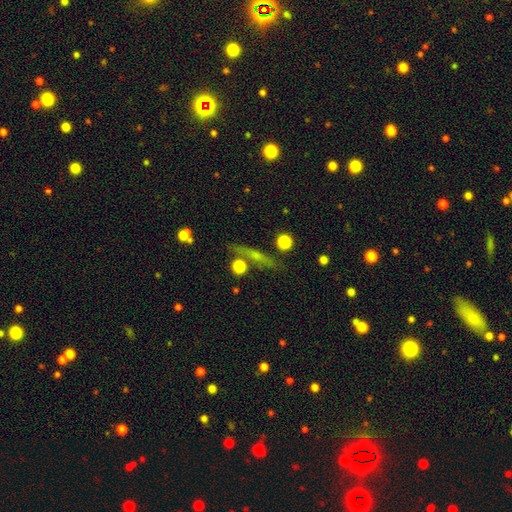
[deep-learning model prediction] A featured or disk galaxy (48%).

Vote fractions:
- Smooth or featured? featured or disk: 48% / smooth: 35% / star or artifact: 17%
- Merging? none: 78% / minor disturbance: 10% / merger: 7% / major disturbance: 5%